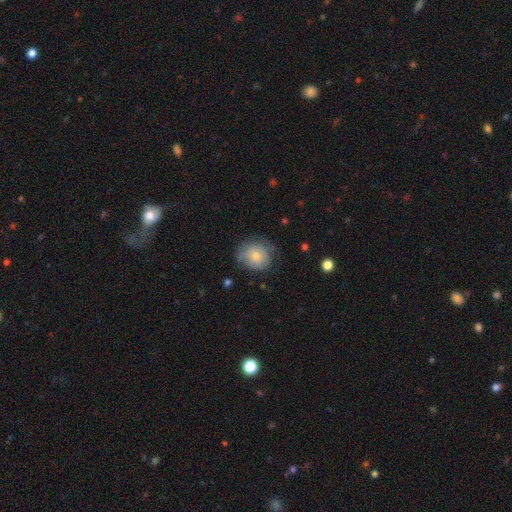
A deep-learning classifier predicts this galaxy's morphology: Smooth or featured? Predicted: smooth (p=0.55). How rounded? Predicted: round (p=0.75). Merging? Predicted: none (p=0.65).